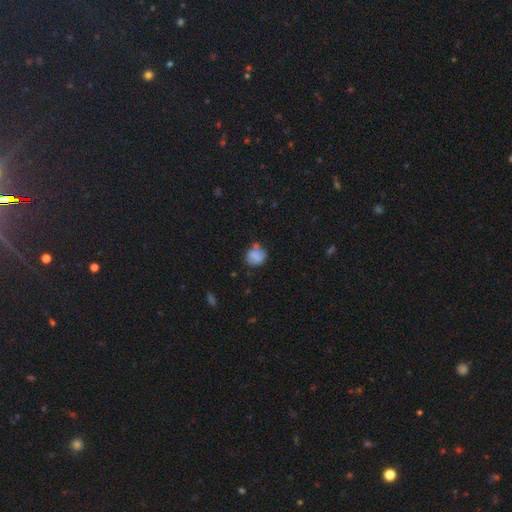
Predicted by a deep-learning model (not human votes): Q: Smooth or featured?
A: smooth (74%); runner-up: featured or disk (16%)
Q: How rounded?
A: round (73%); runner-up: in between (26%)
Q: Merging?
A: none (50%); runner-up: minor disturbance (29%)